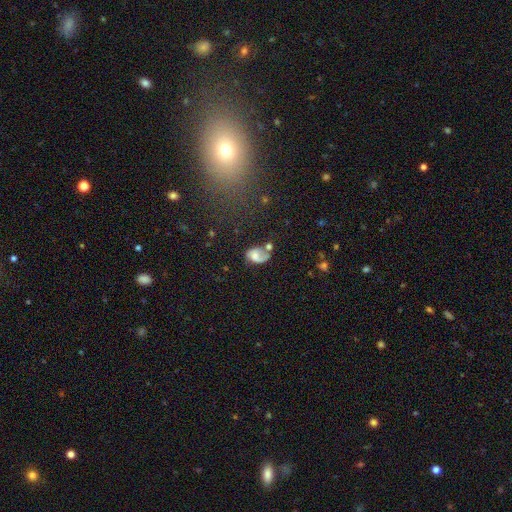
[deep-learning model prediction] This is possibly a featured or disk galaxy (56%). It is clearly not viewed edge-on (97%). Bar: likely no (63%). Spiral arm pattern: clearly yes (81%). Central bulge: marginally moderate (36%). Merging: marginally none (36%).